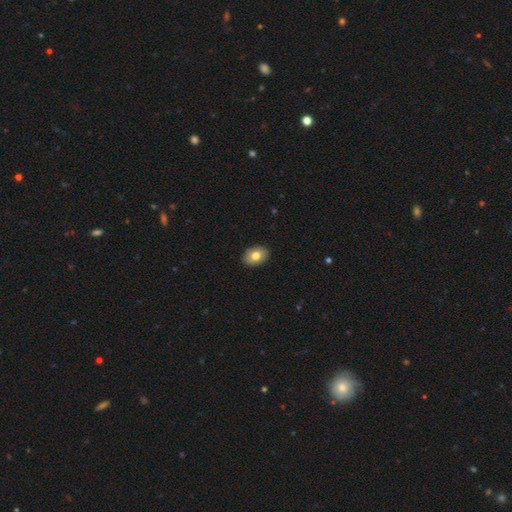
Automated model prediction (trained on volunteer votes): Overall: smooth (79%). How rounded: in between (80%). Merging: none (90%).